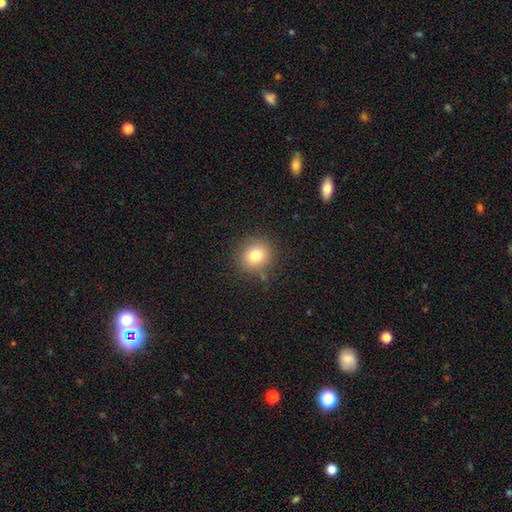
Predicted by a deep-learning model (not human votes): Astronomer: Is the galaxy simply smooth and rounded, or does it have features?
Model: smooth — 79%.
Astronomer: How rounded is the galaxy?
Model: round — 84%.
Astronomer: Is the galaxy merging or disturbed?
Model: none — 83%.